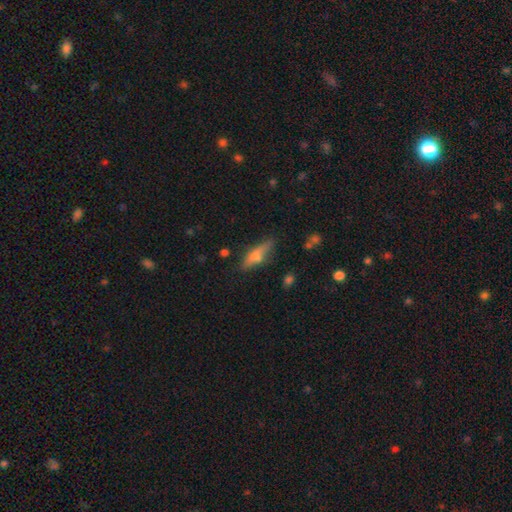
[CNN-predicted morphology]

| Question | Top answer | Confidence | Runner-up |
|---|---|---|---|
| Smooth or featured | smooth | 64% | featured or disk (27%) |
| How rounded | cigar-shaped | 59% | in between (38%) |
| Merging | none | 62% | minor disturbance (23%) |